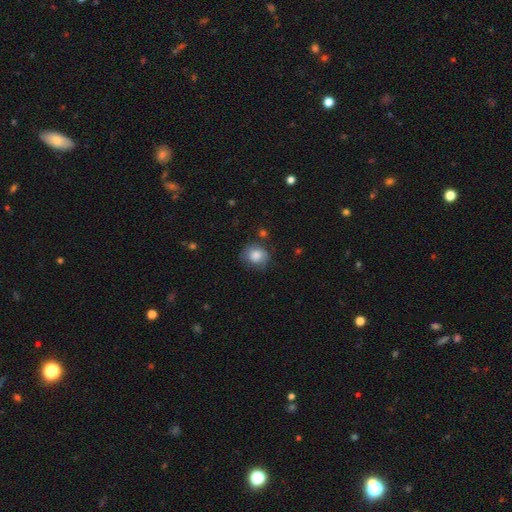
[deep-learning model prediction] Morphology: type=smooth (78%); roundness=round (75%); merging=none (64%).